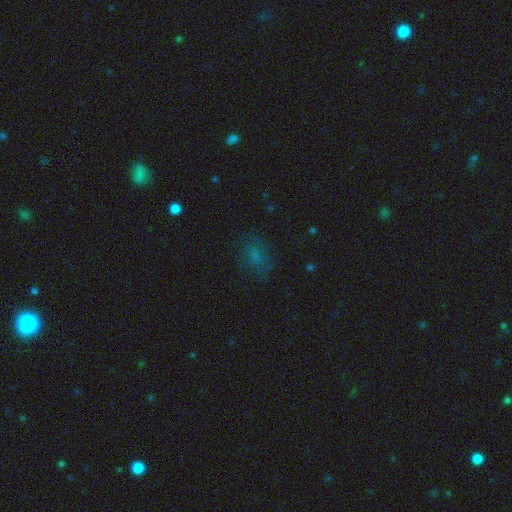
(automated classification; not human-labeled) smooth_or_featured: smooth (p=0.58) [alt: star or artifact p=0.23]
how_rounded: in between (p=0.69) [alt: round p=0.29]
merging: none (p=0.66) [alt: minor disturbance p=0.20]